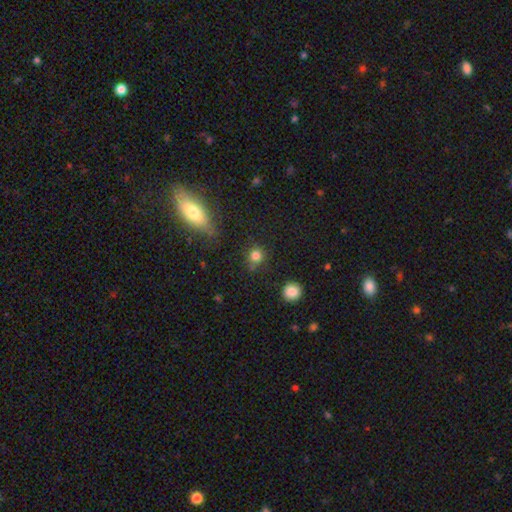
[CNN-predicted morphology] Smooth or featured?
  - smooth: 81% *
  - star or artifact: 14%
  - featured or disk: 5%
How rounded?
  - round: 90% *
  - in between: 9%
  - cigar-shaped: 1%
Merging?
  - none: 79% *
  - minor disturbance: 12%
  - merger: 5%
  - major disturbance: 4%